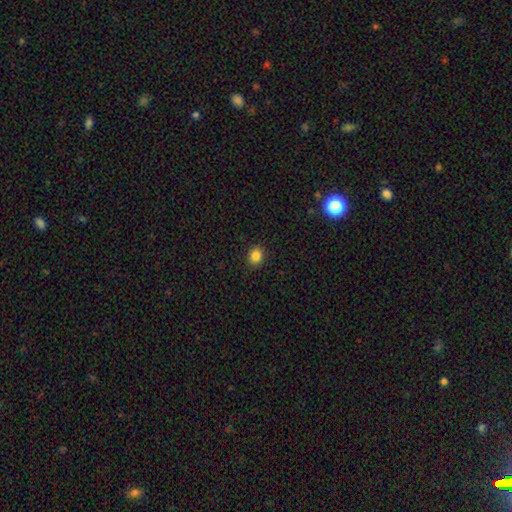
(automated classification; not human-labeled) A smooth galaxy with no disk features (85%) that is round (69%).

Vote fractions:
- Smooth or featured? smooth: 85% / star or artifact: 11% / featured or disk: 4%
- How rounded? round: 69% / in between: 30% / cigar-shaped: 1%
- Merging? none: 91% / minor disturbance: 7% / major disturbance: 2% / merger: 1%